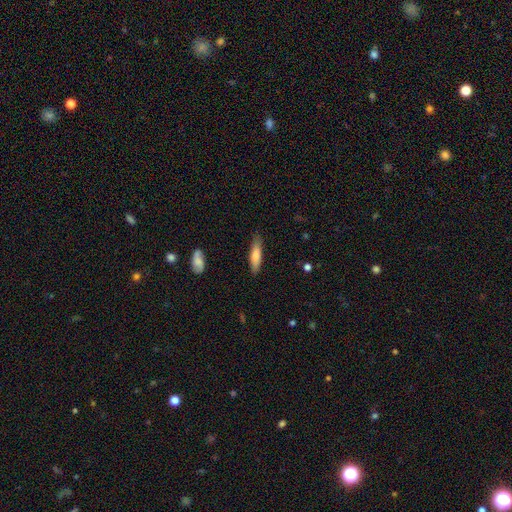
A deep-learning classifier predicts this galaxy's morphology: The model was most divided on "how rounded": cigar-shaped: 73%, in between: 26%, round: 2%. More confident: merging — none (82%); smooth or featured — smooth (75%).